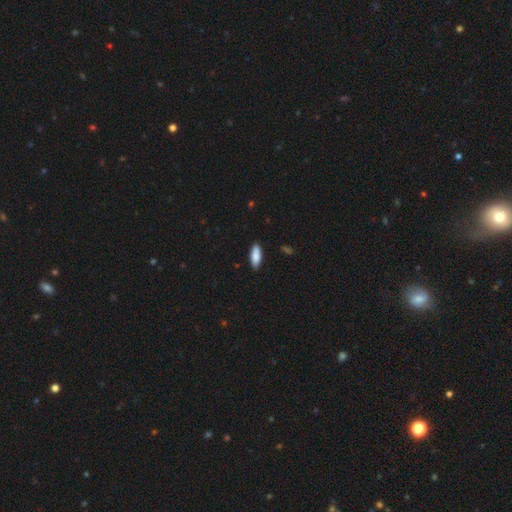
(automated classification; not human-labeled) The model was most divided on "how rounded": in between: 73%, cigar-shaped: 25%, round: 2%. More confident: smooth or featured — smooth (88%); merging — none (87%).